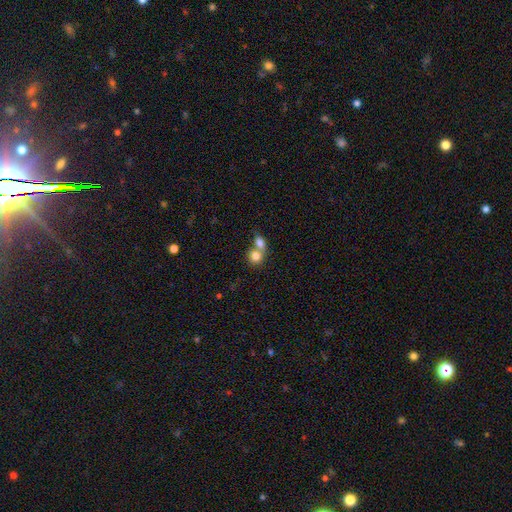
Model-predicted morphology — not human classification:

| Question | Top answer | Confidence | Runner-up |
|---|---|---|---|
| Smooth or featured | smooth | 79% | featured or disk (13%) |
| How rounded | round | 67% | in between (31%) |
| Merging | merger | 68% | none (24%) |